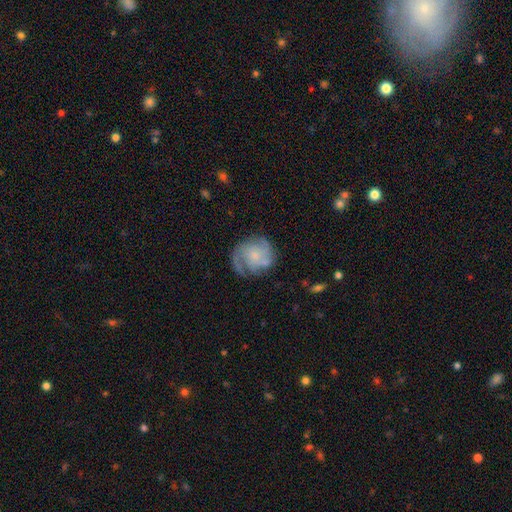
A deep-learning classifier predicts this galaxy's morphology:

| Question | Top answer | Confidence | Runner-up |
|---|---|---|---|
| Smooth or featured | featured or disk | 67% | smooth (26%) |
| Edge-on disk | no | 98% | yes (2%) |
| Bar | no | 74% | weak (23%) |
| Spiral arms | yes | 87% | no (13%) |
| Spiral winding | tight | 40% | medium (39%) |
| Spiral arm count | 2 | 34% | can't tell (25%) |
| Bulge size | small | 48% | moderate (26%) |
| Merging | none | 59% | minor disturbance (22%) |